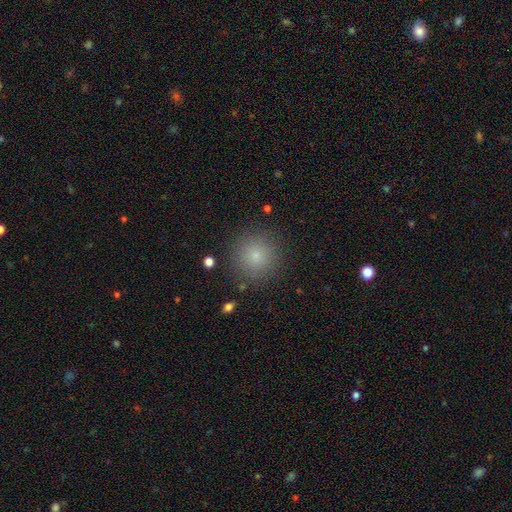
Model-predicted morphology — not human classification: smooth_or_featured: smooth (p=0.79) [alt: star or artifact p=0.13]
how_rounded: round (p=0.95) [alt: in between p=0.04]
merging: none (p=0.88) [alt: minor disturbance p=0.07]